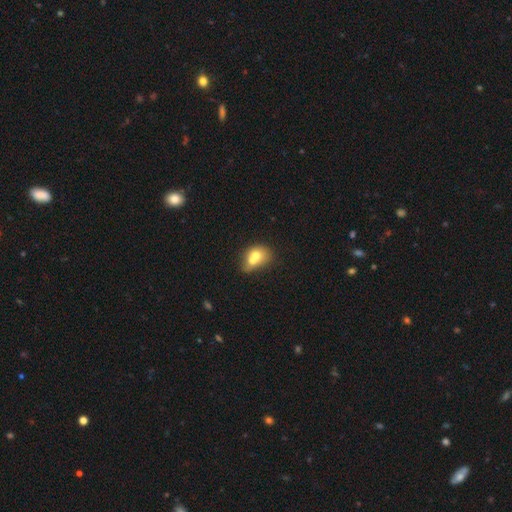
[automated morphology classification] smooth_or_featured: smooth (p=0.66) [alt: featured or disk p=0.25]
how_rounded: in between (p=0.53) [alt: round p=0.46]
merging: merger (p=0.67) [alt: none p=0.20]